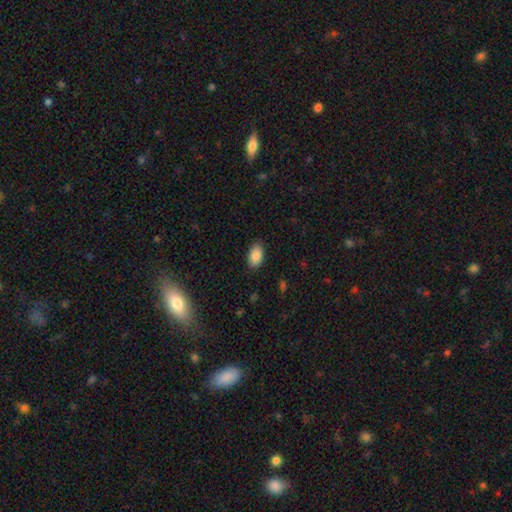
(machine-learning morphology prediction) Q: Smooth or featured?
A: smooth (86%); runner-up: star or artifact (7%)
Q: How rounded?
A: in between (93%); runner-up: round (5%)
Q: Merging?
A: none (87%); runner-up: minor disturbance (10%)